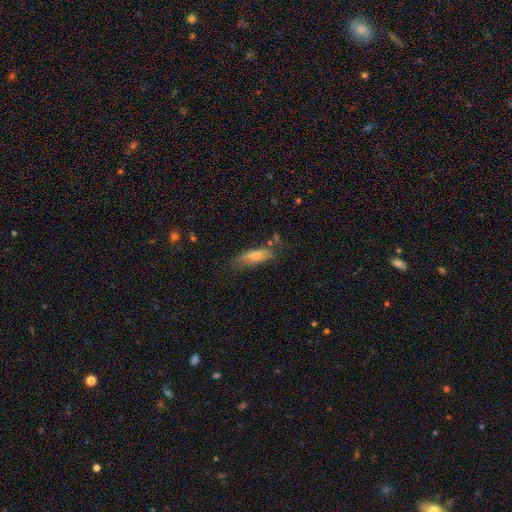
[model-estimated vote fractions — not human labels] Q: Smooth or featured?
A: smooth (76%); runner-up: featured or disk (16%)
Q: How rounded?
A: in between (52%); runner-up: cigar-shaped (46%)
Q: Merging?
A: none (53%); runner-up: minor disturbance (30%)